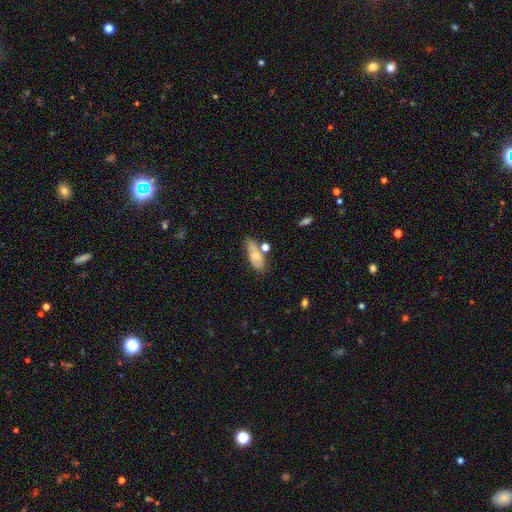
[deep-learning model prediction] smooth_or_featured: smooth (p=0.60) [alt: featured or disk p=0.32]
how_rounded: in between (p=0.81) [alt: cigar-shaped p=0.14]
merging: none (p=0.58) [alt: minor disturbance p=0.21]